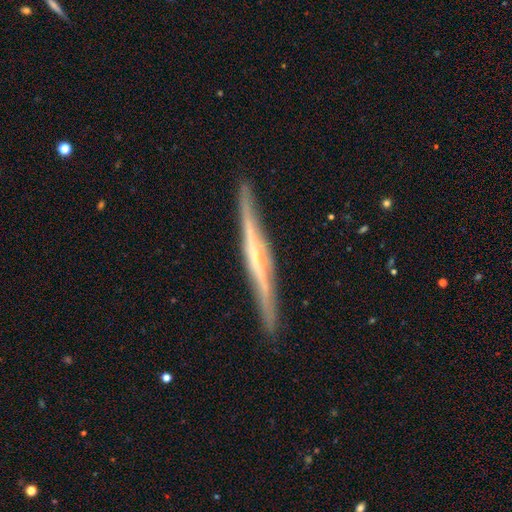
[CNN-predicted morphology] smooth-or-featured: featured or disk: 81% | smooth: 13% | star or artifact: 6%
  disk-edge-on: yes: 97% | no: 3%
    edge-on-bulge: rounded: 50% | none: 37% | boxy: 13%
  merging: none: 89% | minor disturbance: 8% | major disturbance: 2% | merger: 1%